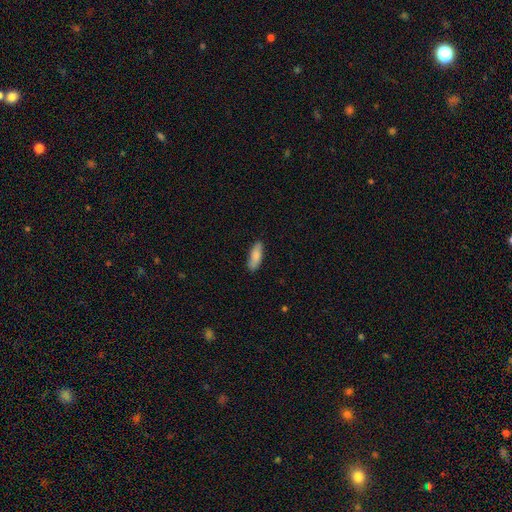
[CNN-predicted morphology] smooth 84%, featured or disk 11%, star or artifact 6%. Down the decision tree: how rounded — in between (59%); merging — none (85%).